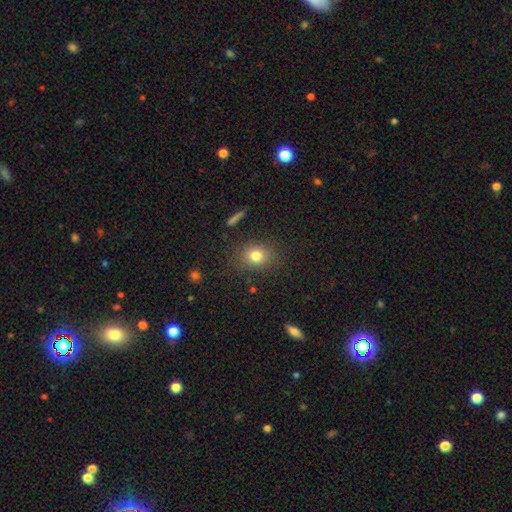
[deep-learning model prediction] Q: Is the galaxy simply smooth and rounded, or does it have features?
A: smooth — 78%.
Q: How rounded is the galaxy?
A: round — 56%.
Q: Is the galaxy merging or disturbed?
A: none — 83%.